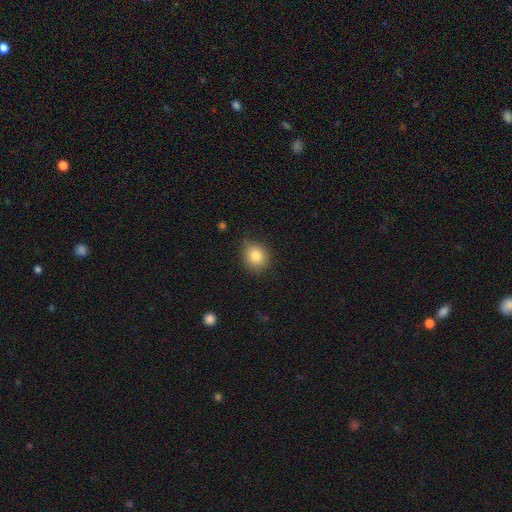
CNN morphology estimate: The model was most divided on "how rounded": round: 79%, in between: 20%, cigar-shaped: 1%. More confident: merging — none (82%); smooth or featured — smooth (82%).